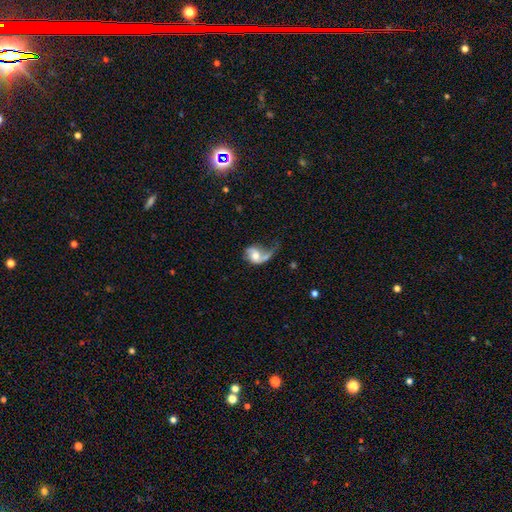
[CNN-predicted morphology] A featured or disk galaxy (69%) with no bar (61%), 1 (49%) loose (66%) spiral arms (87%) and a moderate central bulge (60%).

Vote fractions:
- Smooth or featured? featured or disk: 69% / smooth: 24% / star or artifact: 7%
- Edge-on disk? no: 97% / yes: 3%
- Bar? no: 61% / weak: 31% / strong: 9%
- Spiral arms? yes: 87% / no: 13%
- Spiral winding? loose: 66% / medium: 25% / tight: 9%
- Spiral arm count? 1: 49% / 2: 45% / can't tell: 3% / 3: 1% / 4: 1% / more than 4: 1%
- Bulge size? moderate: 60% / small: 22% / large: 12% / none: 4% / dominant: 2%
- Merging? major disturbance: 41% / none: 30% / minor disturbance: 21% / merger: 8%